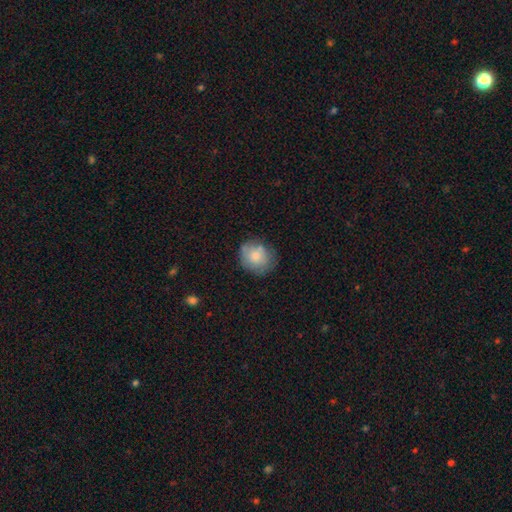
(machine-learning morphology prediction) A smooth galaxy with no disk features (74%) that is round (74%).

Vote fractions:
- Smooth or featured? smooth: 74% / featured or disk: 18% / star or artifact: 8%
- How rounded? round: 74% / in between: 25% / cigar-shaped: 1%
- Merging? none: 66% / minor disturbance: 23% / major disturbance: 7% / merger: 4%